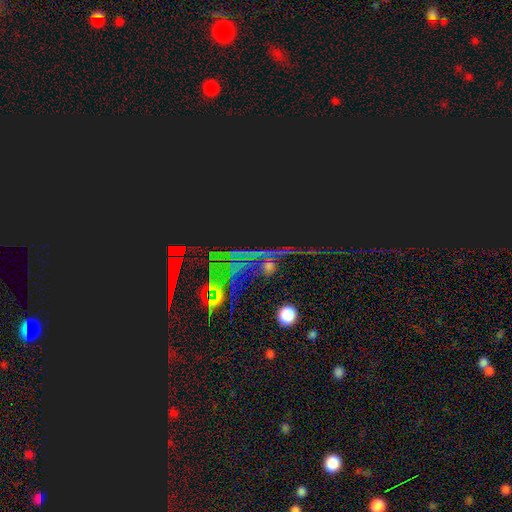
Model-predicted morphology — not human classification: The model was most divided on "smooth or featured": star or artifact: 75%, featured or disk: 13%, smooth: 12%.